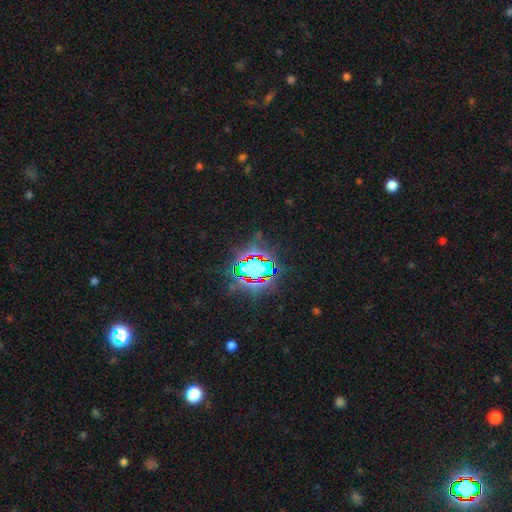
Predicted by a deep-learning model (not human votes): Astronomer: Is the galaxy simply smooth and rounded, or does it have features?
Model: star or artifact — 82%.